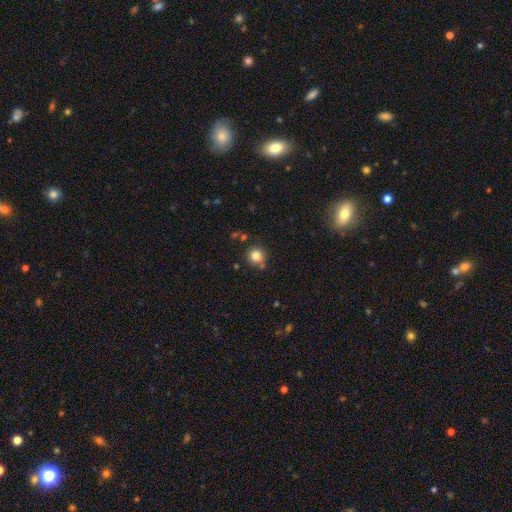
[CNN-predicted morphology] A smooth galaxy with no disk features (81%) that is round (91%). Merging: none (76%).